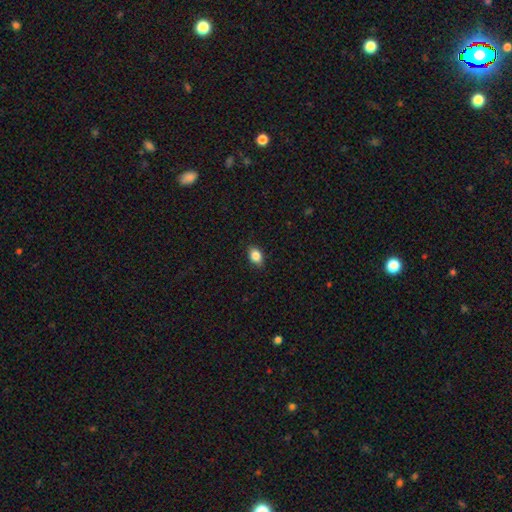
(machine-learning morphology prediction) A smooth galaxy with no disk features (85%) that is in between round and cigar-shaped (78%).

Vote fractions:
- Smooth or featured? smooth: 85% / star or artifact: 9% / featured or disk: 6%
- How rounded? in between: 78% / round: 21% / cigar-shaped: 2%
- Merging? none: 87% / minor disturbance: 10% / major disturbance: 2% / merger: 1%